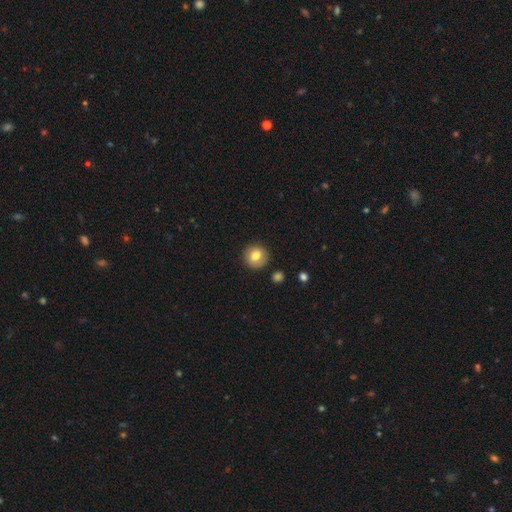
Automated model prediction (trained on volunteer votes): This is likely a smooth galaxy (77%). How rounded: clearly round (90%). Merging: clearly none (88%).